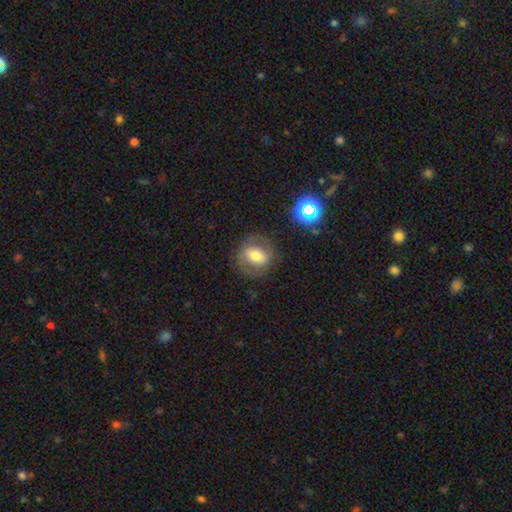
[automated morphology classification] Overall: smooth (49%; featured or disk 40%). Merging: none (77%).